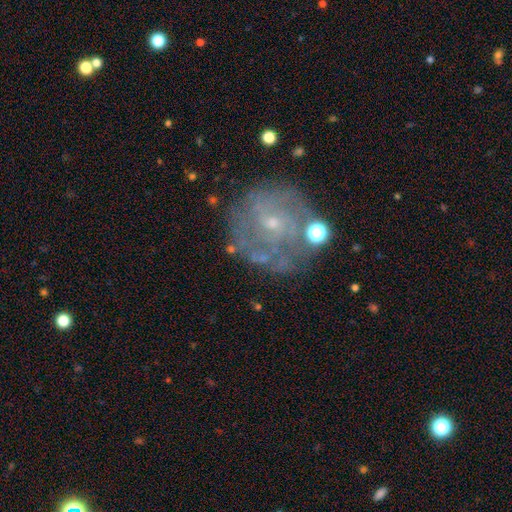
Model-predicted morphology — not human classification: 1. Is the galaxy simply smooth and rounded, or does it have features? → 63% featured or disk, 19% smooth, 17% star or artifact.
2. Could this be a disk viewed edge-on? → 96% no, 4% yes.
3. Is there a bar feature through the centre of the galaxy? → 65% no, 28% weak, 7% strong.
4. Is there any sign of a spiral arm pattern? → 67% yes, 33% no.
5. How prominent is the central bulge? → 78% small, 14% moderate, 5% none, 1% large, 1% dominant.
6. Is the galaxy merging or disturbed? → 69% none, 16% minor disturbance, 10% major disturbance, 6% merger.